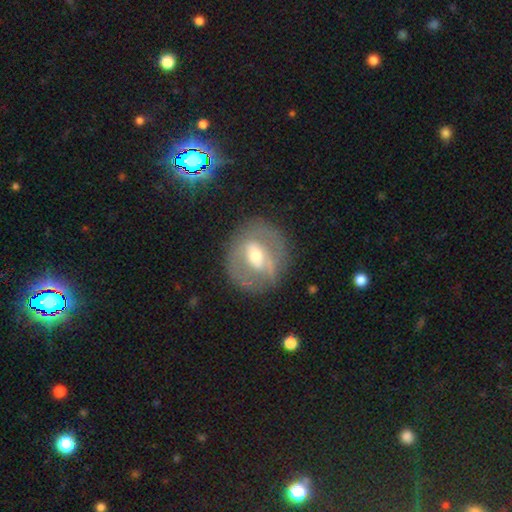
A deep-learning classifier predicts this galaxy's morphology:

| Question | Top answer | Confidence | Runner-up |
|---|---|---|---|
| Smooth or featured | featured or disk | 64% | smooth (29%) |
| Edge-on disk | no | 92% | yes (8%) |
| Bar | weak | 38% | strong (37%) |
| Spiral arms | no | 60% | yes (40%) |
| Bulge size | moderate | 64% | small (24%) |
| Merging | none | 73% | minor disturbance (16%) |